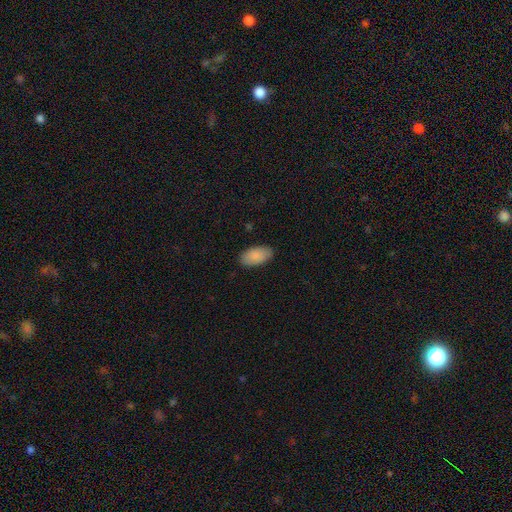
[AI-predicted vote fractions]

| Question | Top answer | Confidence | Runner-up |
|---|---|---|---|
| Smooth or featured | smooth | 88% | star or artifact (6%) |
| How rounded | in between | 95% | round (3%) |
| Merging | none | 85% | minor disturbance (11%) |